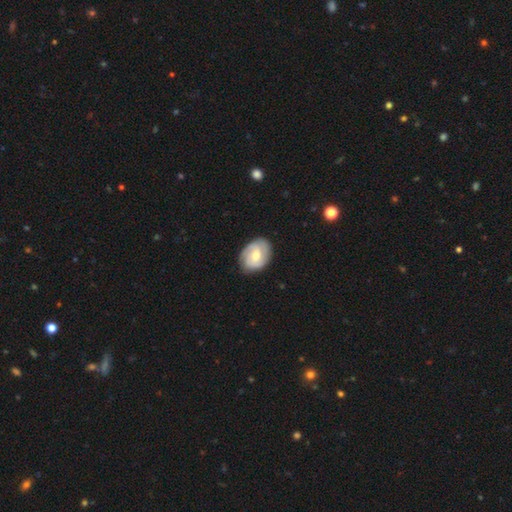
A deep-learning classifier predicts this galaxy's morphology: Smooth or featured? featured or disk (61%)
Edge-on disk? no (97%)
Bar? no (47%)
Spiral arms? yes (83%)
Bulge size? moderate (66%)
Merging? none (80%)